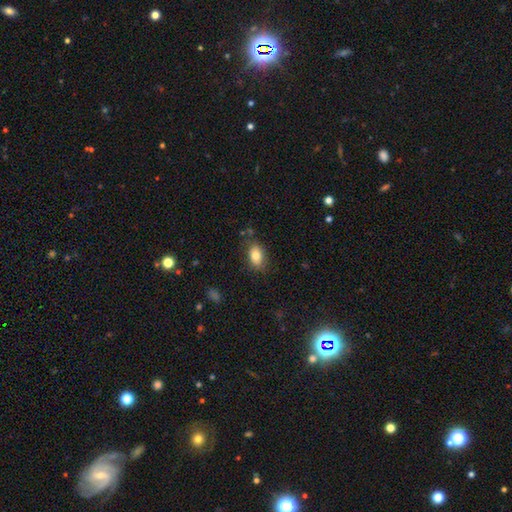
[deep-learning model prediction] Smooth or featured: smooth — 80% (featured or disk — 12%)
How rounded: in between — 87% (round — 11%)
Merging: none — 78% (minor disturbance — 16%)